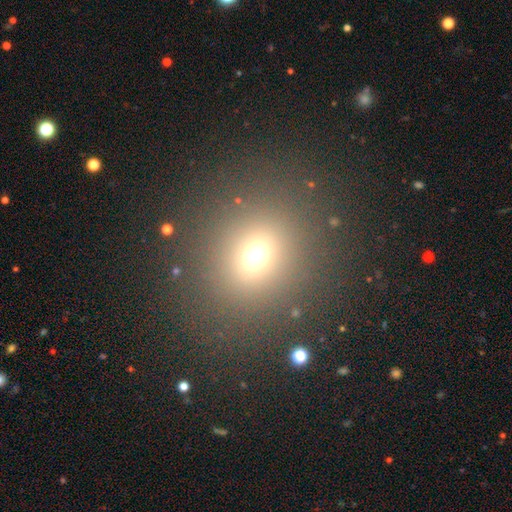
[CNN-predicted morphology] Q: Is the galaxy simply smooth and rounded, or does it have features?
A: smooth — 64%.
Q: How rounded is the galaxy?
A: round — 80%.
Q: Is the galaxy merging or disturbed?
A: none — 84%.